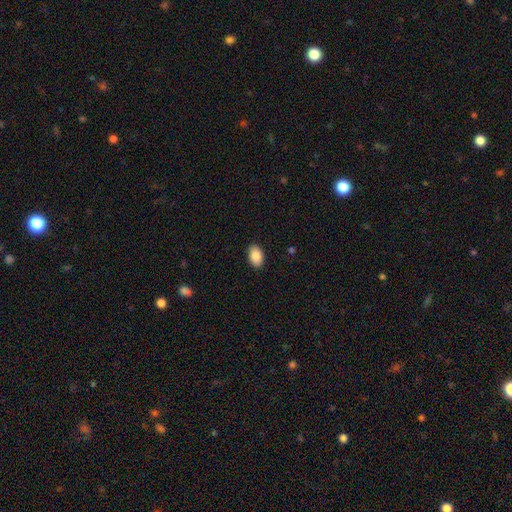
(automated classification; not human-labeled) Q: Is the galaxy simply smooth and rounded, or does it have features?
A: smooth — 87%.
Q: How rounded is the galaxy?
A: in between — 92%.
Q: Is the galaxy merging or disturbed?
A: none — 89%.